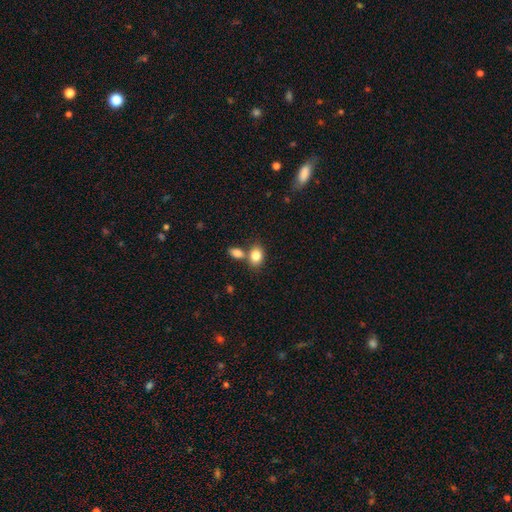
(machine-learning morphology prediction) Q: Smooth or featured?
A: smooth (83%); runner-up: featured or disk (9%)
Q: How rounded?
A: in between (70%); runner-up: round (29%)
Q: Merging?
A: none (50%); runner-up: merger (36%)